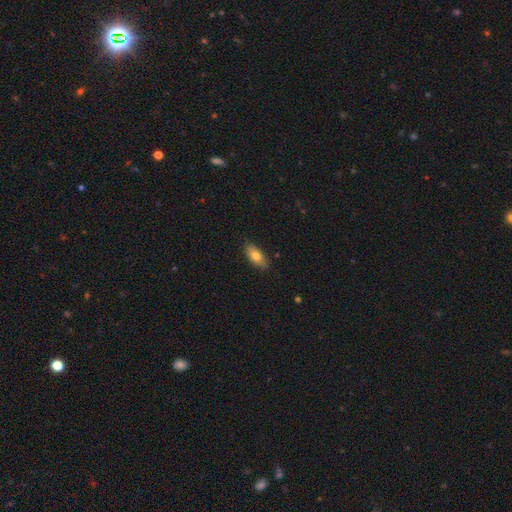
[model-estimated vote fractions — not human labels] A smooth galaxy with no disk features (75%) that is in between round and cigar-shaped (87%). Merging: none (84%).